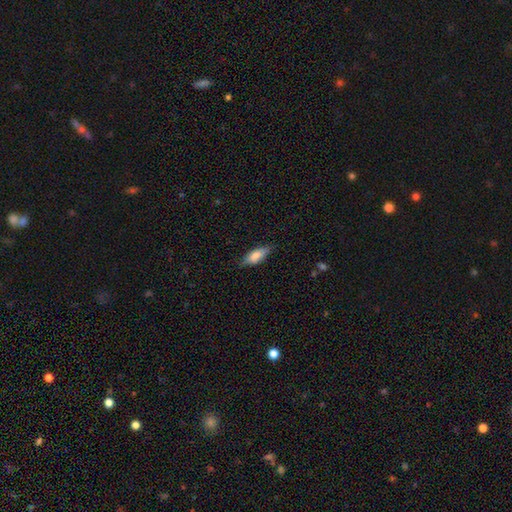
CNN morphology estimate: Q: Smooth or featured?
A: smooth (76%); runner-up: featured or disk (17%)
Q: How rounded?
A: in between (72%); runner-up: cigar-shaped (26%)
Q: Merging?
A: none (76%); runner-up: minor disturbance (19%)